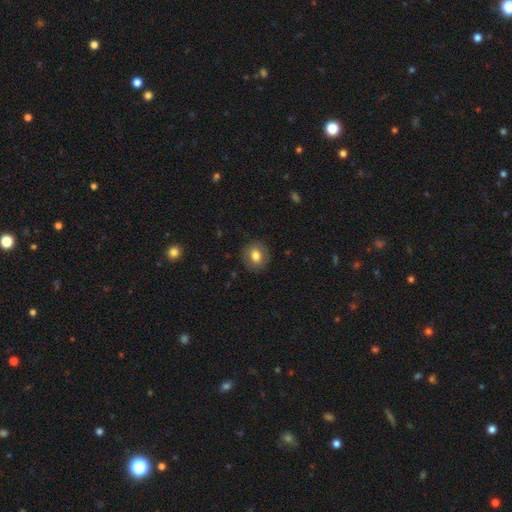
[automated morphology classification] Smooth or featured? smooth (78%)
How rounded? round (68%)
Merging? none (87%)